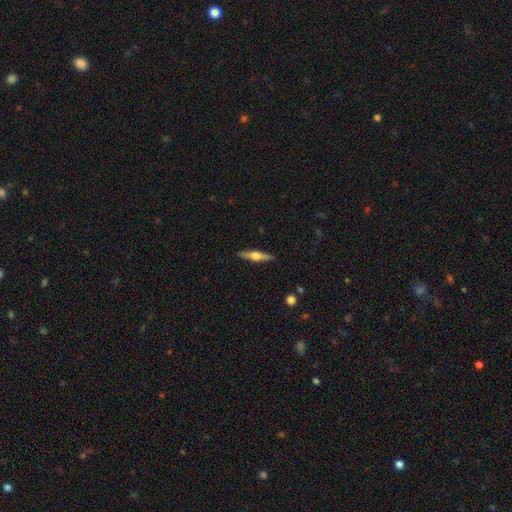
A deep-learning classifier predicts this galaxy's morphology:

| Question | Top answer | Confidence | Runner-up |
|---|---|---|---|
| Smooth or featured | featured or disk | 60% | smooth (35%) |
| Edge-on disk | yes | 96% | no (4%) |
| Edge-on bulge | rounded | 93% | boxy (4%) |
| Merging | none | 90% | minor disturbance (7%) |